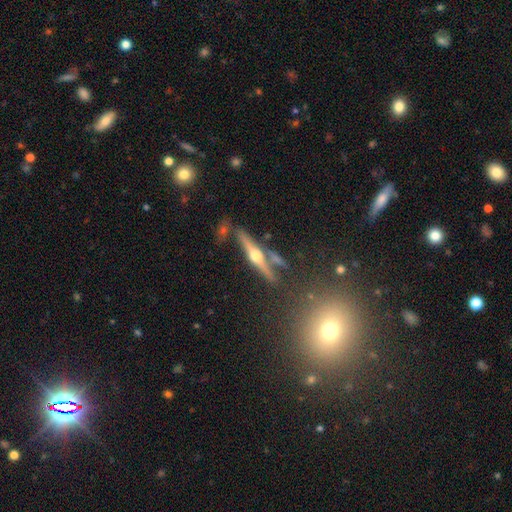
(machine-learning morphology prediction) Smooth or featured? featured or disk (75%)
Edge-on disk? yes (96%)
Edge-on bulge? rounded (95%)
Merging? none (72%)